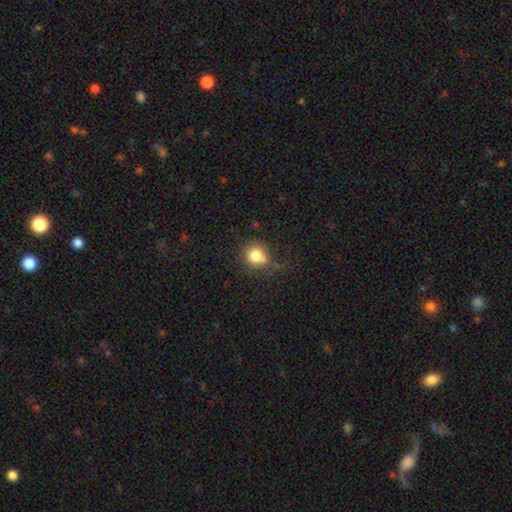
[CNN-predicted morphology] This is likely a smooth galaxy (80%). How rounded: clearly round (87%). Merging: likely none (63%).